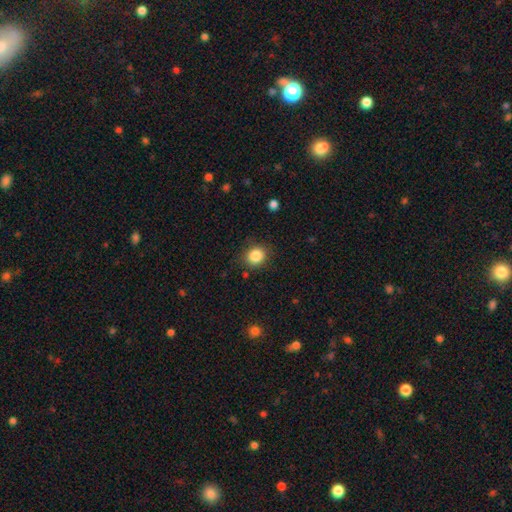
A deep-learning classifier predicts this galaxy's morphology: smooth-or-featured: smooth: 85% | star or artifact: 10% | featured or disk: 5%
  how-rounded: round: 76% | in between: 23% | cigar-shaped: 1%
  merging: none: 84% | minor disturbance: 11% | major disturbance: 3% | merger: 2%